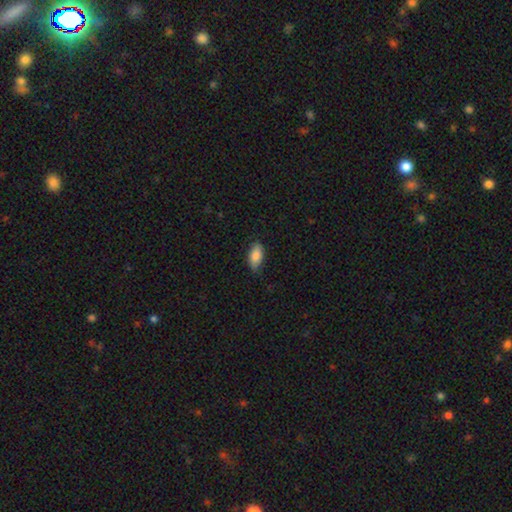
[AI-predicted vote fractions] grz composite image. It shows a smooth galaxy with no disk features (83%) that is in between round and cigar-shaped (89%). Merging: none (77%).